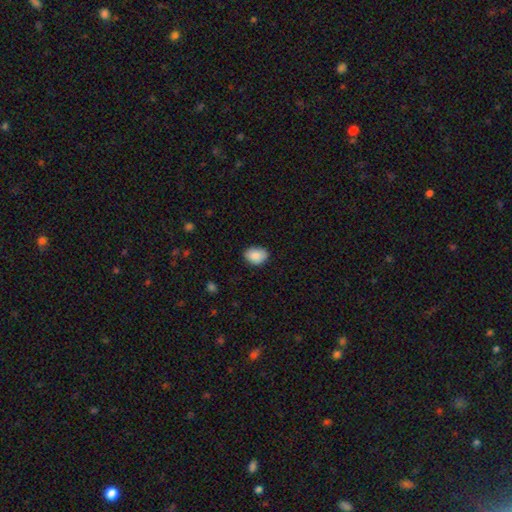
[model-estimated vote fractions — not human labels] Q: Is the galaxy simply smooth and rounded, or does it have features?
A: smooth — 88%.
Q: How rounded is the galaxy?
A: in between — 72%.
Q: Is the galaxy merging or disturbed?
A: none — 82%.